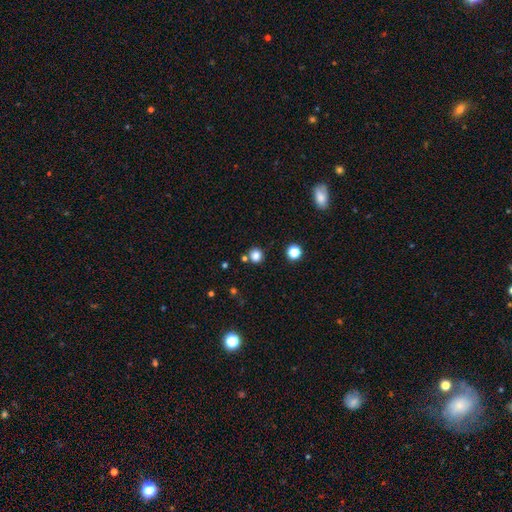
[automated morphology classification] This appears to be a smooth galaxy with no disk features (82%) that is round (91%). Merging: none (81%).